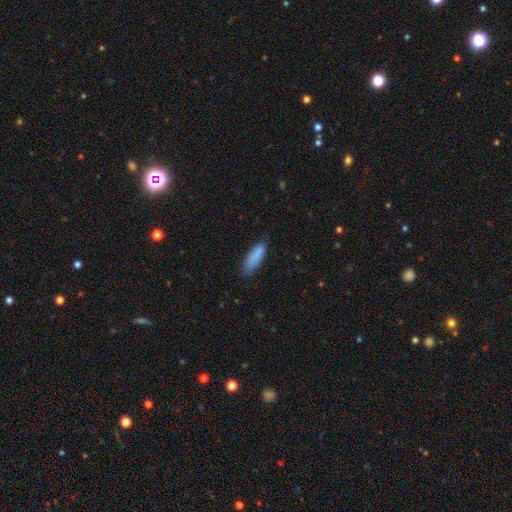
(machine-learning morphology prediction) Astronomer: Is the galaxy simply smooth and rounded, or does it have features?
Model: smooth — 86%.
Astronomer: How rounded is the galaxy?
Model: in between — 54% (runner-up: cigar-shaped, 45%).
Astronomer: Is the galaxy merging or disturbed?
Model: none — 74%.